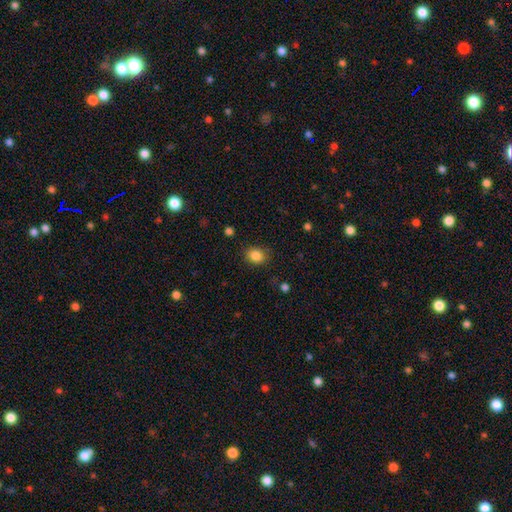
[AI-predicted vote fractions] smooth_or_featured: smooth (p=0.85) [alt: star or artifact p=0.10]
how_rounded: round (p=0.55) [alt: in between p=0.44]
merging: none (p=0.83) [alt: minor disturbance p=0.12]